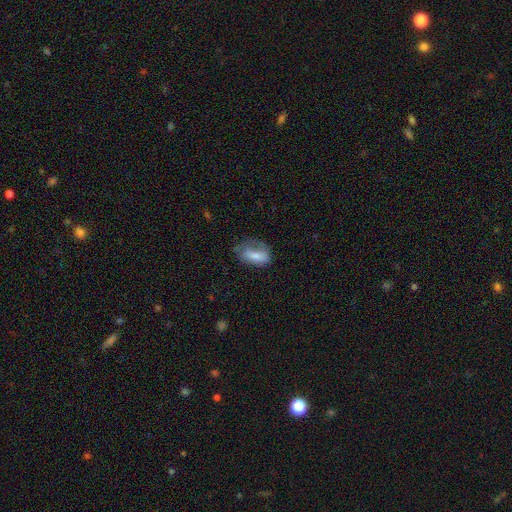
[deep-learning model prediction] smooth-or-featured: smooth: 68% | featured or disk: 24% | star or artifact: 8%
  how-rounded: in between: 87% | round: 7% | cigar-shaped: 6%
  merging: none: 42% | minor disturbance: 31% | major disturbance: 25% | merger: 2%